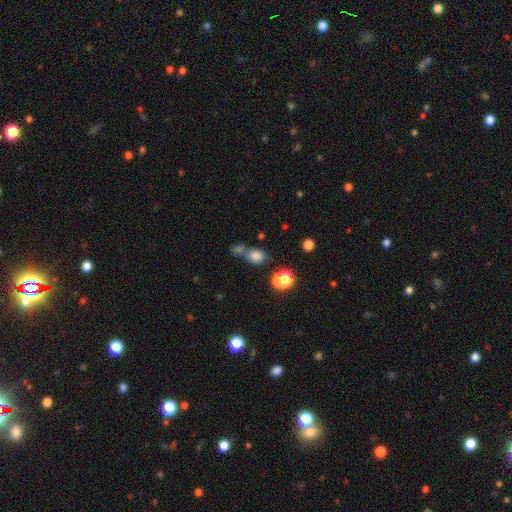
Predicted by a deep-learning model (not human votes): A smooth galaxy with no disk features (75%) that is round (55%).

Vote fractions:
- Smooth or featured? smooth: 75% / star or artifact: 17% / featured or disk: 8%
- How rounded? round: 55% / in between: 44% / cigar-shaped: 2%
- Merging? none: 47% / merger: 36% / minor disturbance: 11% / major disturbance: 6%